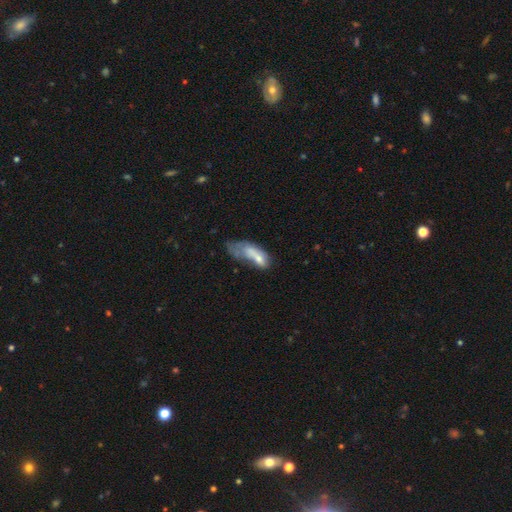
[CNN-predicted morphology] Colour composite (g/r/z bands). It shows a smooth galaxy with no disk features (59%) that is in between round and cigar-shaped (74%). Merging: major disturbance (42%).